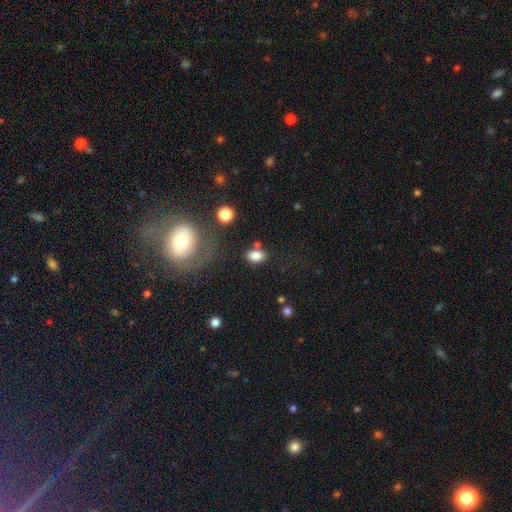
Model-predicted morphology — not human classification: smooth 83%, star or artifact 10%, featured or disk 7%. Down the decision tree: how rounded — in between (77%); merging — none (72%).